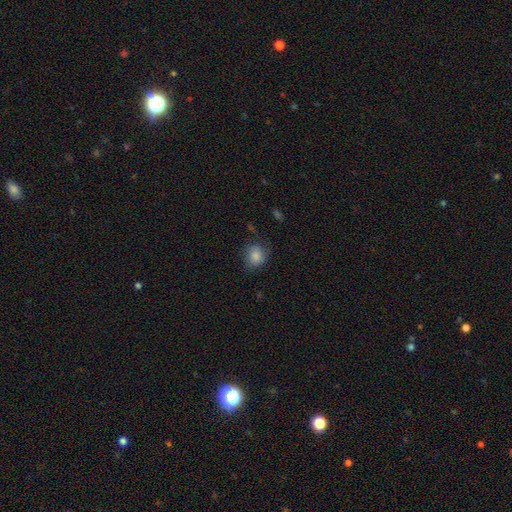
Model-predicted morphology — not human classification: A smooth galaxy with no disk features (84%) that is round (69%). Merging: none (71%).